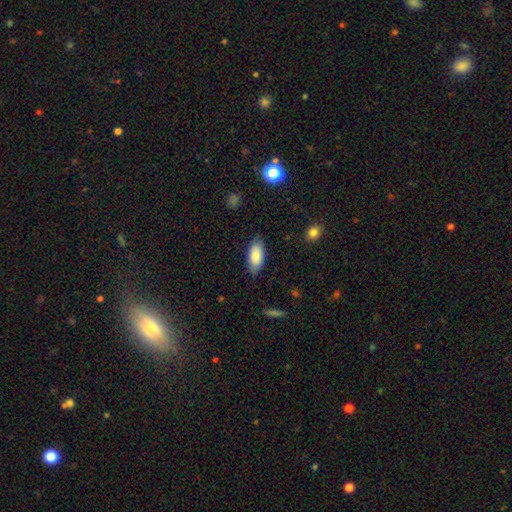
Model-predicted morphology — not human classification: type=smooth (84%); roundness=in between (89%); merging=none (83%).